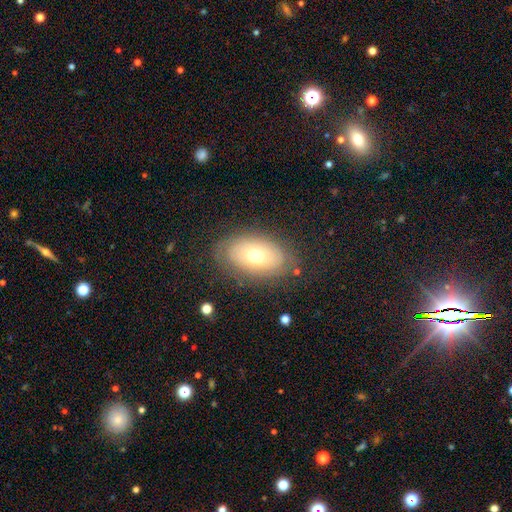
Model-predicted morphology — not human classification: Smooth or featured: smooth — 53% (featured or disk — 38%)
How rounded: in between — 89% (round — 9%)
Merging: none — 78% (minor disturbance — 15%)